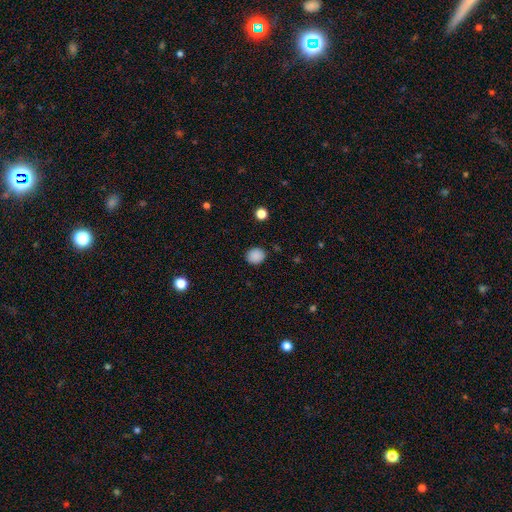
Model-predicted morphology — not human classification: smooth 87%, star or artifact 10%, featured or disk 3%. Down the decision tree: how rounded — round (75%); merging — none (88%).